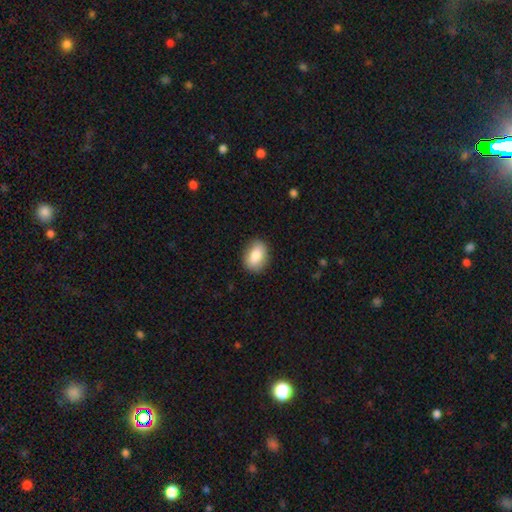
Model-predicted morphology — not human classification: This appears to be a smooth galaxy with no disk features (84%) that is in between round and cigar-shaped (79%). Merging: none (86%).